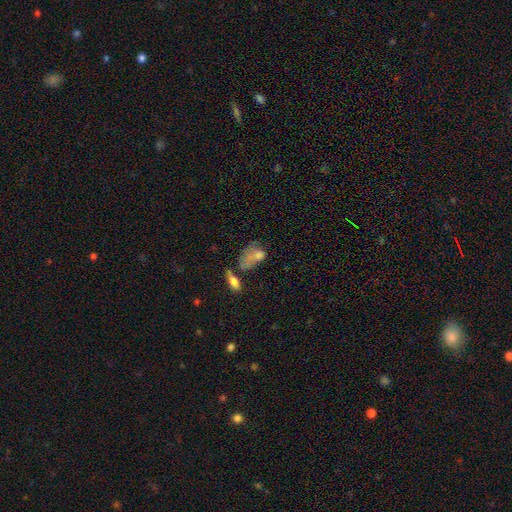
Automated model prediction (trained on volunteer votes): A smooth galaxy with no disk features (68%) that is in between round and cigar-shaped (83%). Merging: major disturbance (33%).